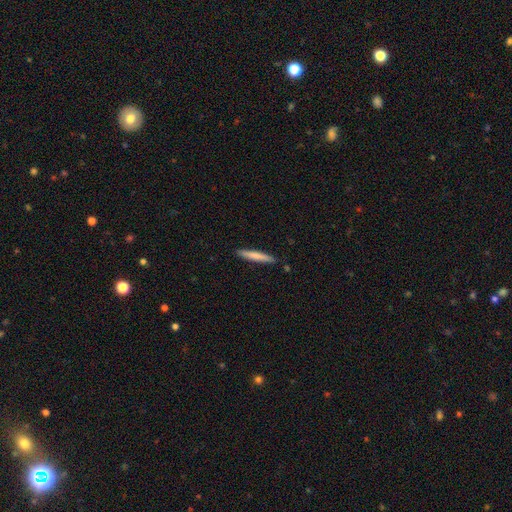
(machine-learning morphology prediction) Overall: smooth (73%). How rounded: cigar-shaped (95%). Merging: none (89%).